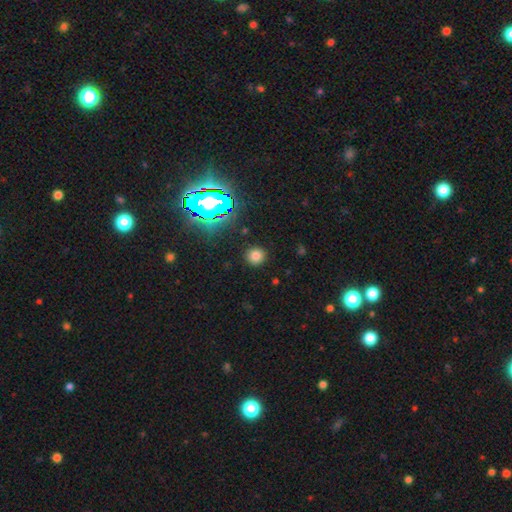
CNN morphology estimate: Smooth or featured?
  - smooth: 73% *
  - star or artifact: 20%
  - featured or disk: 6%
How rounded?
  - round: 91% *
  - in between: 7%
  - cigar-shaped: 1%
Merging?
  - none: 89% *
  - minor disturbance: 6%
  - major disturbance: 3%
  - merger: 2%